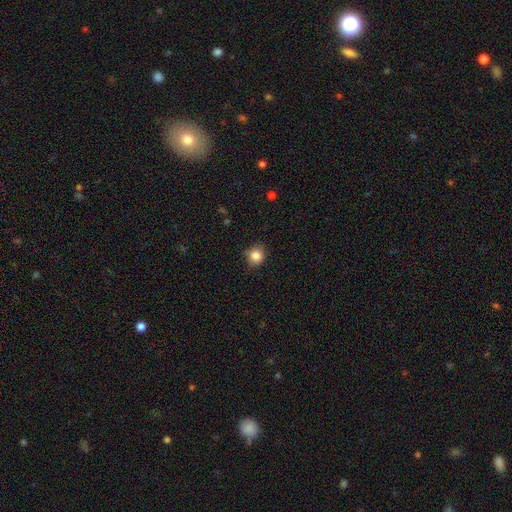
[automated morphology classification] This appears to be a smooth galaxy with no disk features (84%) that is round (78%). Merging: none (73%).